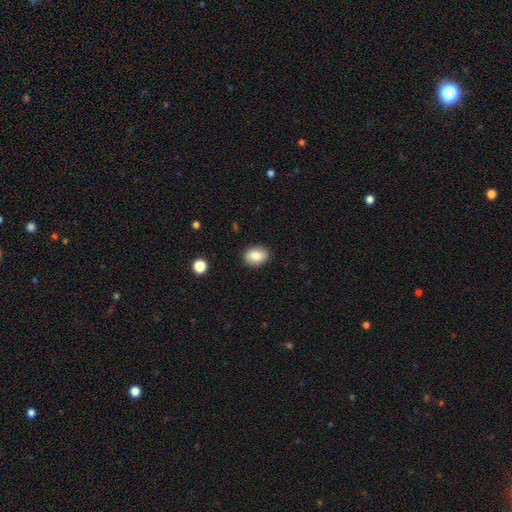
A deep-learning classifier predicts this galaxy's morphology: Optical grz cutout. It shows a smooth galaxy with no disk features (82%) that is in between round and cigar-shaped (70%). Merging: none (88%).